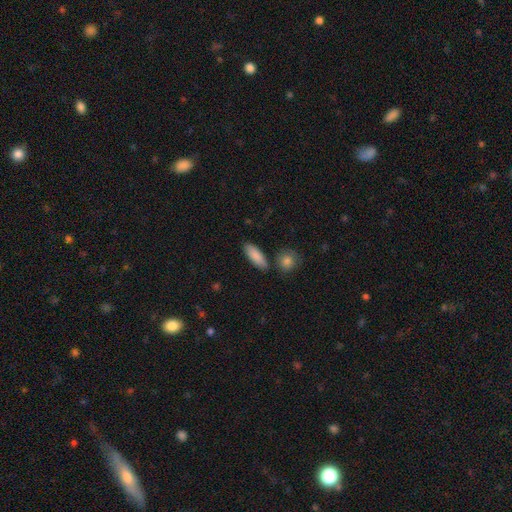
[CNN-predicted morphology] Q: Smooth or featured?
A: smooth (88%); runner-up: featured or disk (6%)
Q: How rounded?
A: in between (70%); runner-up: cigar-shaped (28%)
Q: Merging?
A: none (82%); runner-up: minor disturbance (10%)